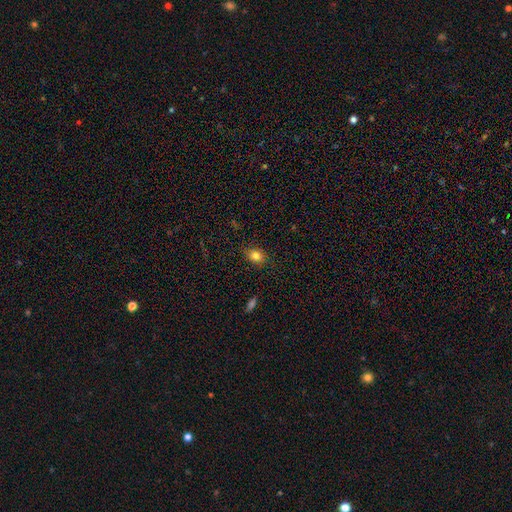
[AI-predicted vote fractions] smooth 82%, star or artifact 10%, featured or disk 8%. Down the decision tree: how rounded — in between (63%); merging — none (85%).